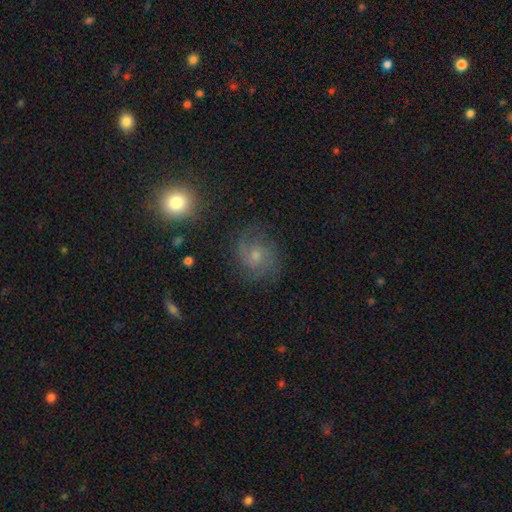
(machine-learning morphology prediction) featured or disk 55%, smooth 31%, star or artifact 14%. Down the decision tree: edge-on disk — no (97%); bar — no (71%); spiral arms — yes (86%); bulge size — small (58%); merging — none (70%).